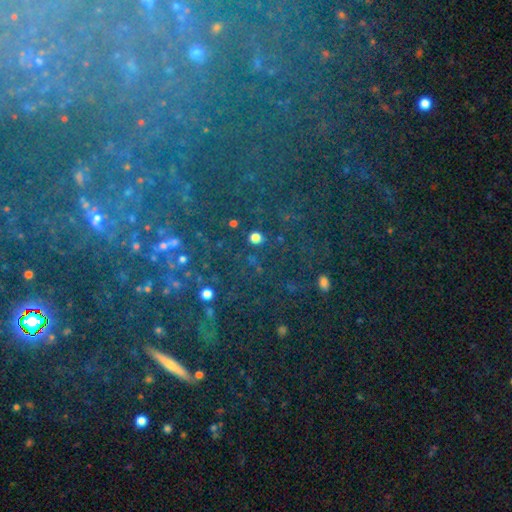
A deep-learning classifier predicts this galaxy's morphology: Overall: star or artifact (71%).